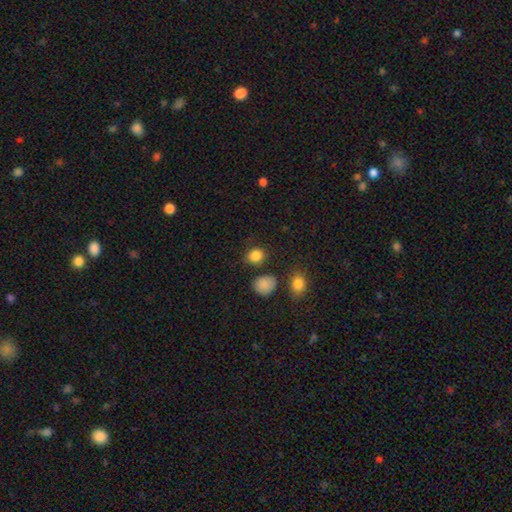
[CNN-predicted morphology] This is clearly a smooth galaxy (85%). How rounded: likely round (72%). Merging: likely none (78%).